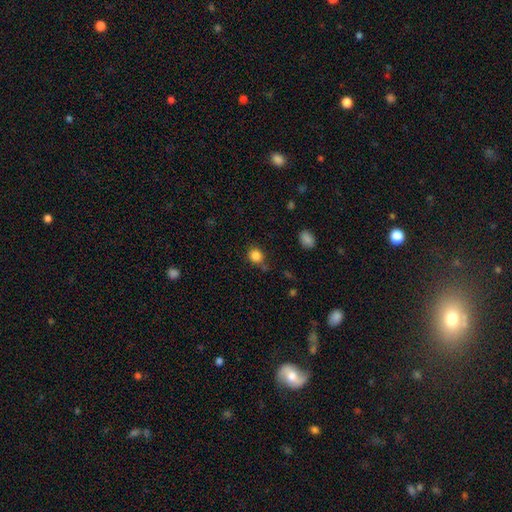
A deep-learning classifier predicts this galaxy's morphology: smooth_or_featured: smooth (p=0.85) [alt: star or artifact p=0.11]
how_rounded: round (p=0.76) [alt: in between p=0.23]
merging: none (p=0.72) [alt: minor disturbance p=0.16]